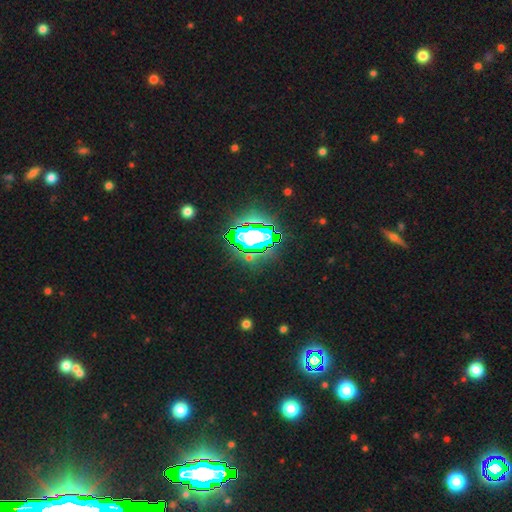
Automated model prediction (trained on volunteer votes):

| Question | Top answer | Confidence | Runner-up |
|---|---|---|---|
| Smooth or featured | star or artifact | 82% | smooth (11%) |